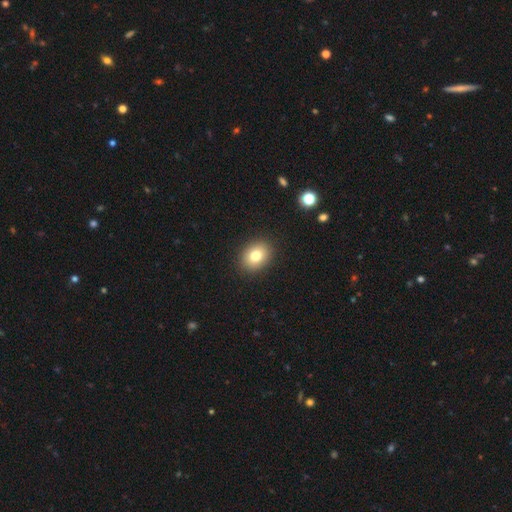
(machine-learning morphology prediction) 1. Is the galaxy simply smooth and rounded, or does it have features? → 79% smooth, 11% featured or disk, 10% star or artifact.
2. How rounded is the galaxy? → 52% in between, 47% round, 1% cigar-shaped.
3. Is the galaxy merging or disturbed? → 90% none, 6% minor disturbance, 2% major disturbance, 1% merger.